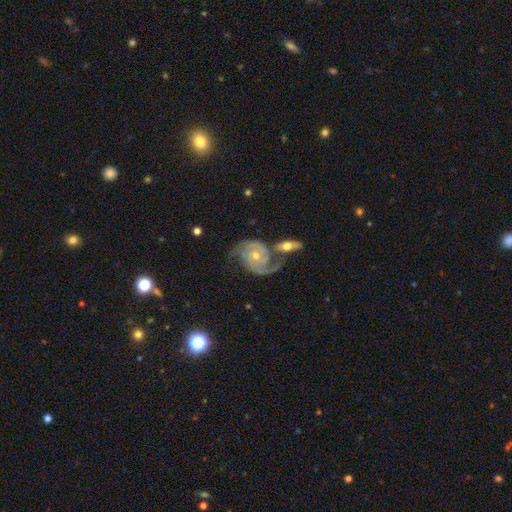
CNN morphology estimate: Smooth or featured?
  - featured or disk: 90% *
  - star or artifact: 6%
  - smooth: 5%
Edge-on disk?
  - no: 97% *
  - yes: 3%
Bar?
  - no: 70% *
  - weak: 23%
  - strong: 7%
Spiral arms?
  - yes: 97% *
  - no: 3%
Spiral winding?
  - medium: 49% *
  - tight: 35%
  - loose: 16%
Spiral arm count?
  - 2: 82% *
  - 3: 6%
  - can't tell: 5%
  - 1: 2%
  - 4: 2%
  - more than 4: 2%
Bulge size?
  - small: 55% *
  - moderate: 41%
  - large: 2%
  - none: 1%
  - dominant: 1%
Merging?
  - none: 47% *
  - merger: 26%
  - minor disturbance: 16%
  - major disturbance: 11%